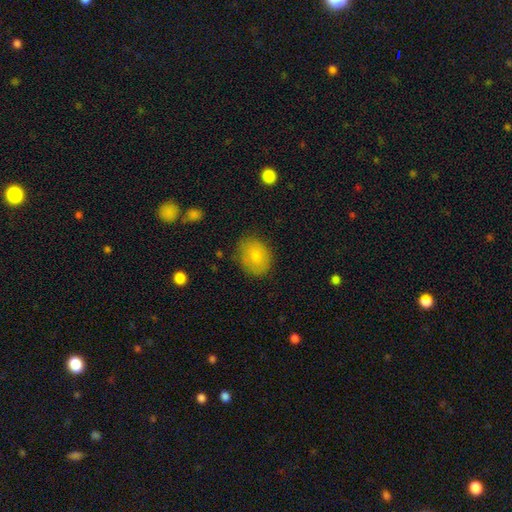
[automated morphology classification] This appears to be a smooth galaxy with no disk features (78%) that is round (52%). Merging: none (76%).